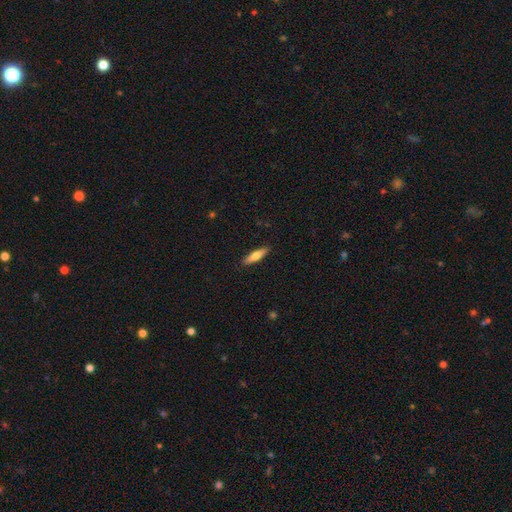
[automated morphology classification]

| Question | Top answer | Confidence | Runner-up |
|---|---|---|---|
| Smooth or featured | smooth | 64% | featured or disk (30%) |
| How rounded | cigar-shaped | 73% | in between (25%) |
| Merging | none | 90% | minor disturbance (7%) |